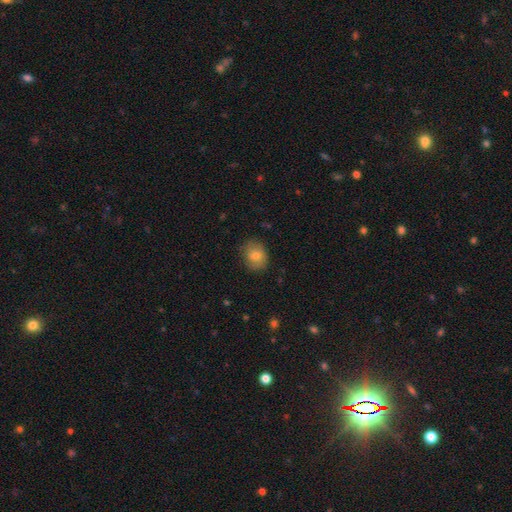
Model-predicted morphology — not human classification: Q: Smooth or featured?
A: smooth (74%); runner-up: featured or disk (16%)
Q: How rounded?
A: round (63%); runner-up: in between (36%)
Q: Merging?
A: none (80%); runner-up: minor disturbance (15%)